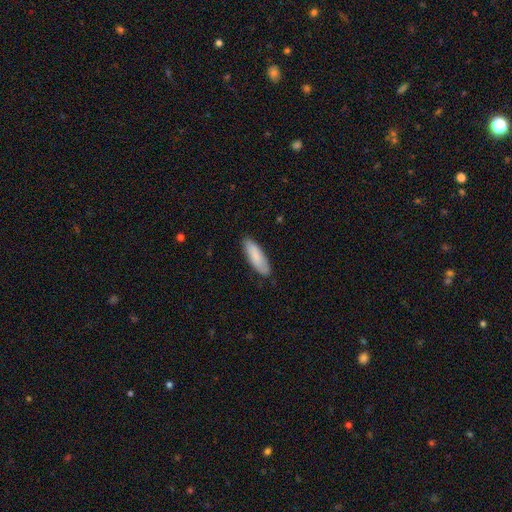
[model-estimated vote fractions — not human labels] smooth-or-featured: smooth: 85% | featured or disk: 10% | star or artifact: 5%
  how-rounded: in between: 51% | cigar-shaped: 48% | round: 1%
  merging: none: 86% | minor disturbance: 11% | major disturbance: 2% | merger: 1%